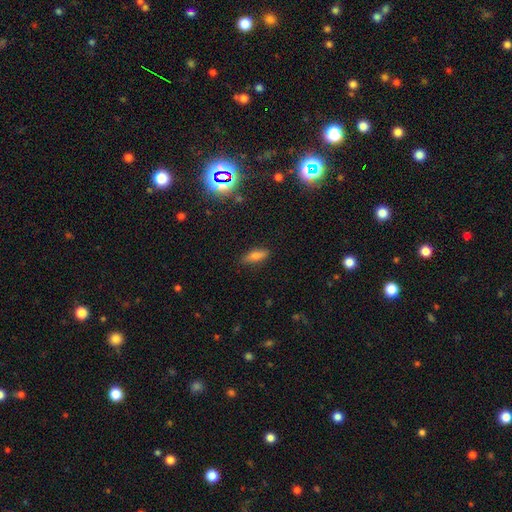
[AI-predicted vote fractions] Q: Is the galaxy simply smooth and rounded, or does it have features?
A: smooth — 64%.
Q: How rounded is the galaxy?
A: in between — 57%.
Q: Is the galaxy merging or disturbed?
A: none — 84%.